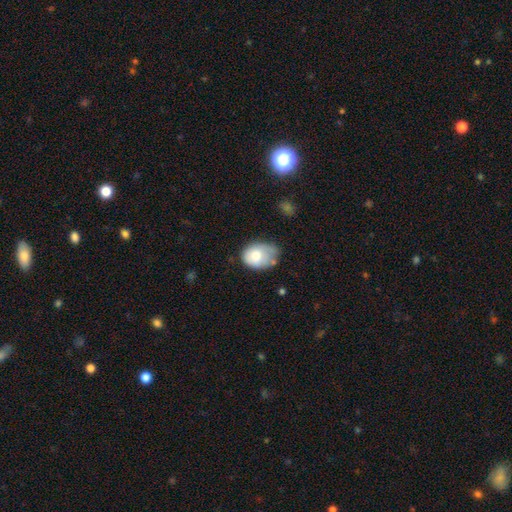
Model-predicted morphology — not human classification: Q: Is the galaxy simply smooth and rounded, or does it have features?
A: smooth — 72%.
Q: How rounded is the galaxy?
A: in between — 67%.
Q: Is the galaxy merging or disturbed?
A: minor disturbance — 43%.